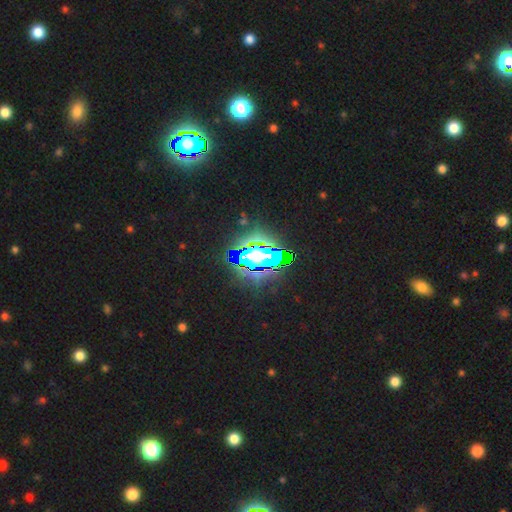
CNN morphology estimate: A star or artifact, not a galaxy (64%).